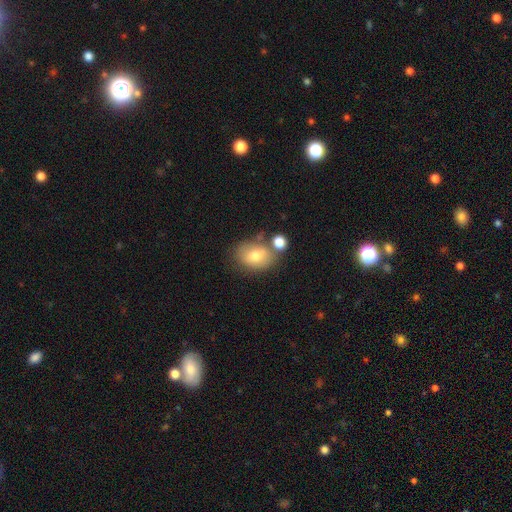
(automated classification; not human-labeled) smooth 71%, featured or disk 19%, star or artifact 10%. Down the decision tree: how rounded — in between (67%); merging — none (60%).